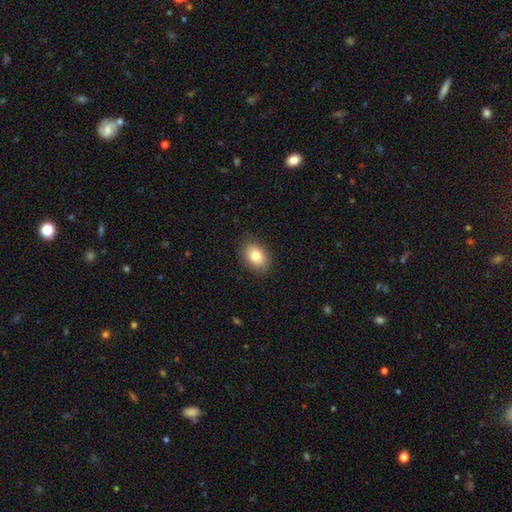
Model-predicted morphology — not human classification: smooth_or_featured: smooth (p=0.81) [alt: featured or disk p=0.11]
how_rounded: in between (p=0.77) [alt: round p=0.22]
merging: none (p=0.87) [alt: minor disturbance p=0.10]